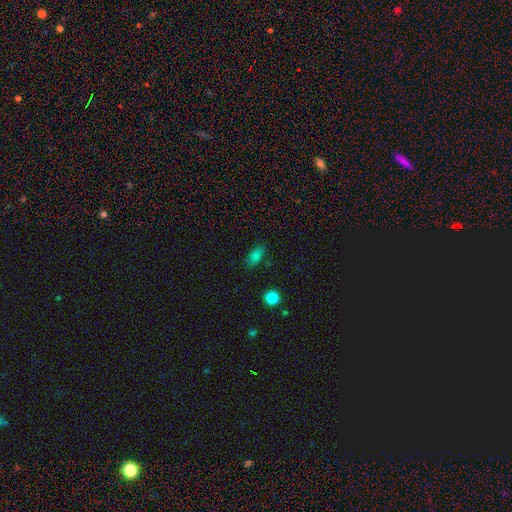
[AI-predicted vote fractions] Overall: smooth (81%). How rounded: in between (85%). Merging: none (84%).